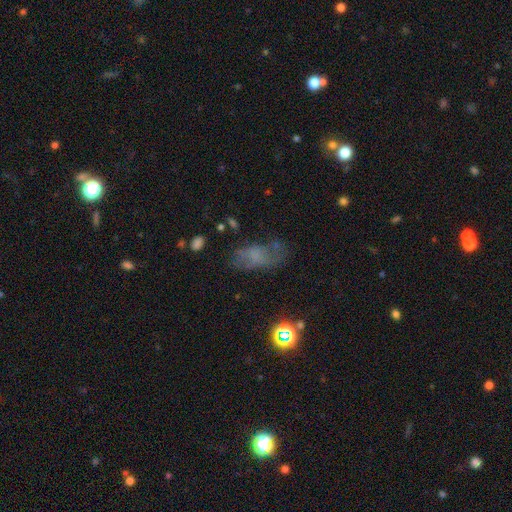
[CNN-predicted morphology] smooth-or-featured: smooth: 49% | featured or disk: 33% | star or artifact: 18%
  merging: none: 53% | minor disturbance: 24% | major disturbance: 19% | merger: 4%